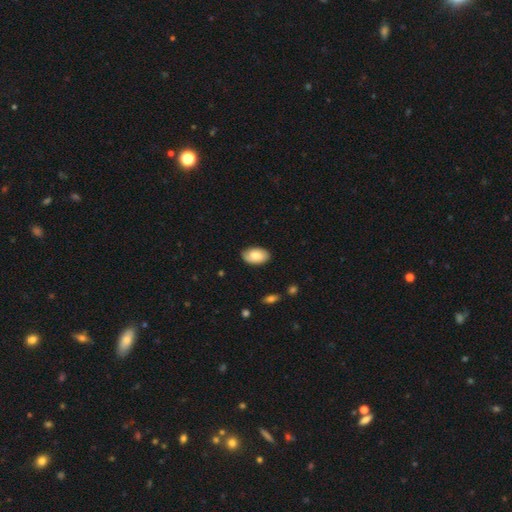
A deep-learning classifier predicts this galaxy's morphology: smooth_or_featured: smooth (p=0.73) [alt: featured or disk p=0.21]
how_rounded: in between (p=0.93) [alt: round p=0.05]
merging: none (p=0.82) [alt: minor disturbance p=0.14]